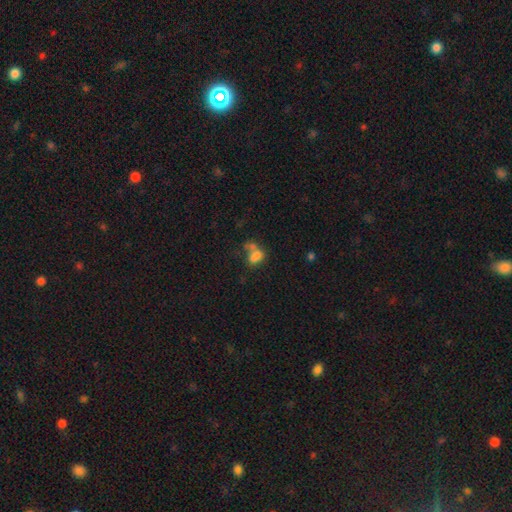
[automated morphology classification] This appears to be a smooth galaxy with no disk features (72%) that is in between round and cigar-shaped (78%). Merging: merger (51%).